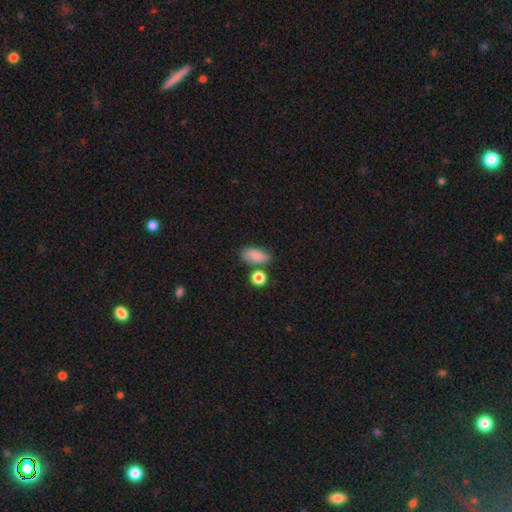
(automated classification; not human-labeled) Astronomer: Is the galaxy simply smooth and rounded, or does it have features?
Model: smooth — 82%.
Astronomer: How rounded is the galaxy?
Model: in between — 83%.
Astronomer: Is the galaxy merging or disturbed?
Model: none — 67%.